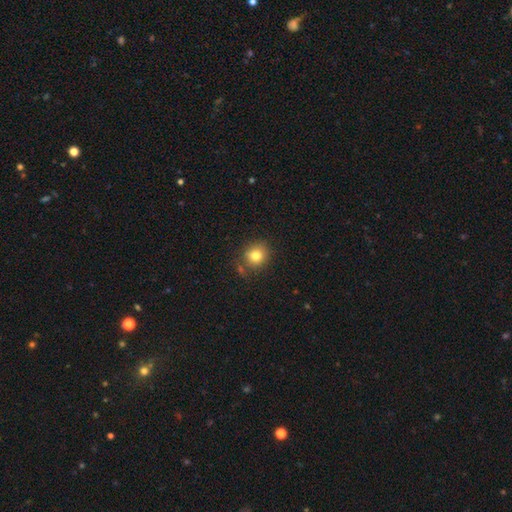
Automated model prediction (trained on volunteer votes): A smooth galaxy with no disk features (79%) that is round (80%).

Vote fractions:
- Smooth or featured? smooth: 79% / star or artifact: 12% / featured or disk: 9%
- How rounded? round: 80% / in between: 19% / cigar-shaped: 1%
- Merging? none: 76% / minor disturbance: 14% / merger: 7% / major disturbance: 4%